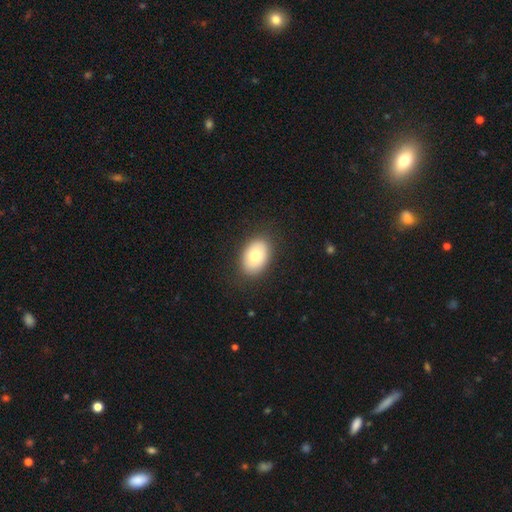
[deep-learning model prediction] smooth-or-featured: smooth: 76% | featured or disk: 17% | star or artifact: 7%
  how-rounded: in between: 85% | round: 14% | cigar-shaped: 1%
  merging: none: 87% | minor disturbance: 10% | major disturbance: 3% | merger: 1%